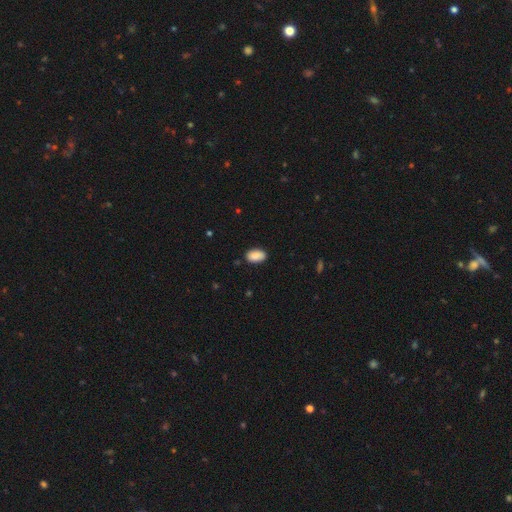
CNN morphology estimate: type=smooth (90%); roundness=in between (93%); merging=none (86%).